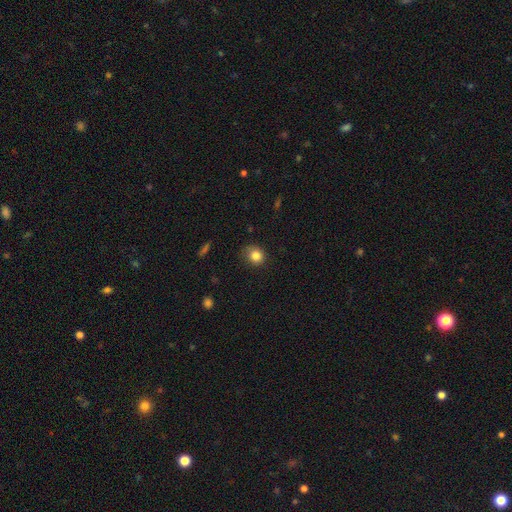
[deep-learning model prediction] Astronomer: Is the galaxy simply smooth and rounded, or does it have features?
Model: smooth — 84%.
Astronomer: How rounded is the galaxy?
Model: round — 76%.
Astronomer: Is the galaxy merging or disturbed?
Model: none — 73%.